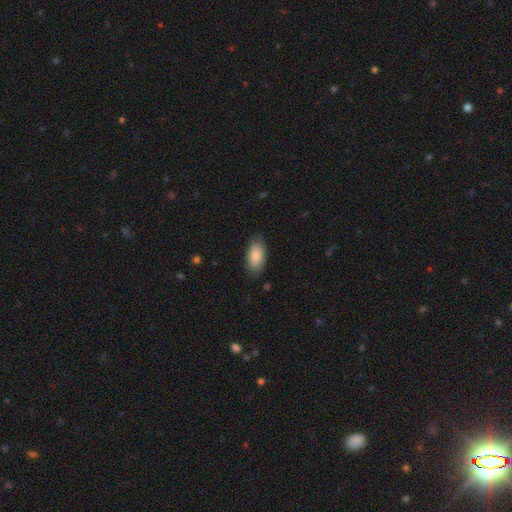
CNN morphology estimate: type=smooth (87%); roundness=in between (94%); merging=none (82%).